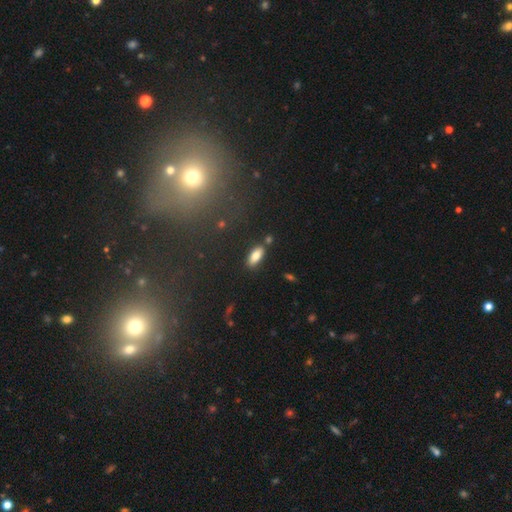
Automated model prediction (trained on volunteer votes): This is likely a smooth galaxy (80%). How rounded: clearly in between (82%). Merging: clearly none (82%).